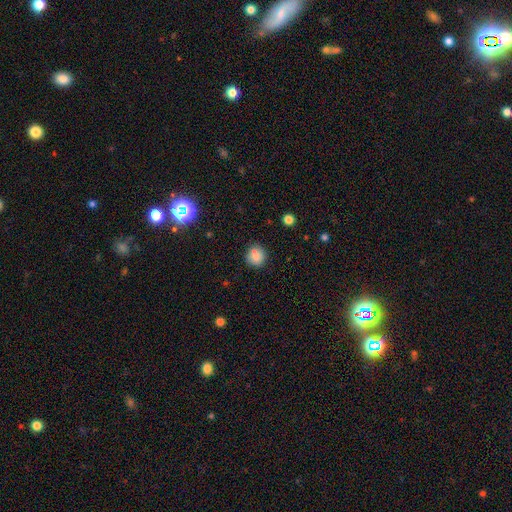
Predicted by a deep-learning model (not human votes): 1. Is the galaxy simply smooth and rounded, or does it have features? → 81% smooth, 11% star or artifact, 8% featured or disk.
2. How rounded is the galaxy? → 84% round, 15% in between, 1% cigar-shaped.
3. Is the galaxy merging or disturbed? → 76% none, 14% minor disturbance, 7% merger, 3% major disturbance.